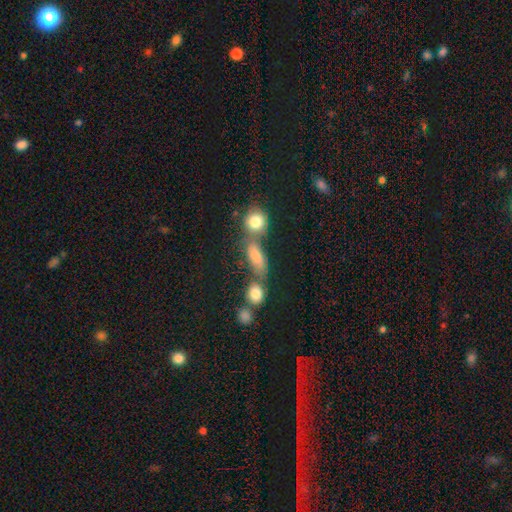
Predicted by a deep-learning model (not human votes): This is marginally a star or artifact rather than a galaxy (42%).